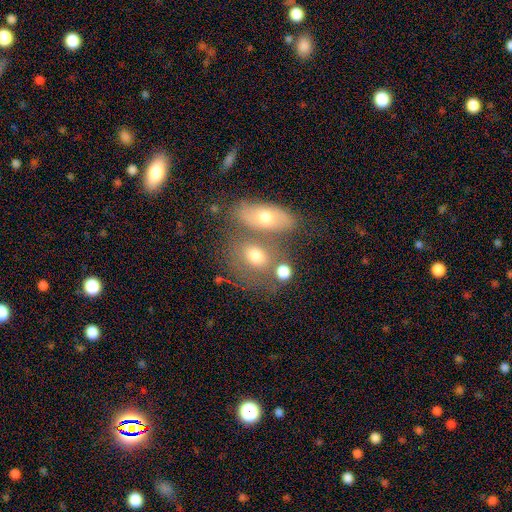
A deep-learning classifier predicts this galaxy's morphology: Smooth or featured?
  - smooth: 65% *
  - featured or disk: 24%
  - star or artifact: 11%
How rounded?
  - in between: 67% *
  - round: 29%
  - cigar-shaped: 4%
Merging?
  - none: 43% *
  - merger: 37%
  - minor disturbance: 13%
  - major disturbance: 7%